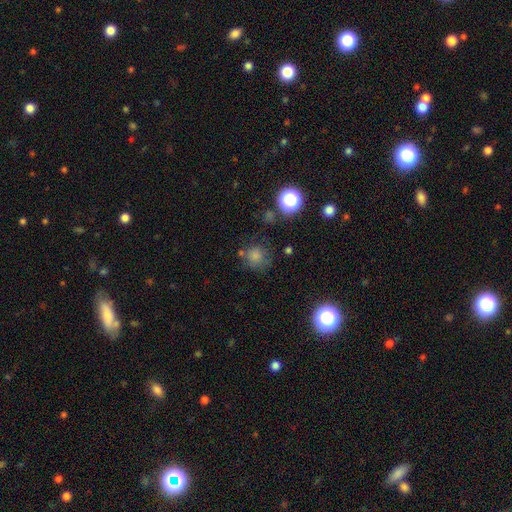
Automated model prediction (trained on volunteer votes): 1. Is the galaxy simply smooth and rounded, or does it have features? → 75% smooth, 17% star or artifact, 8% featured or disk.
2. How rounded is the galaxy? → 89% round, 10% in between, 1% cigar-shaped.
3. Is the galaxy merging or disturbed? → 68% none, 17% minor disturbance, 8% major disturbance, 7% merger.